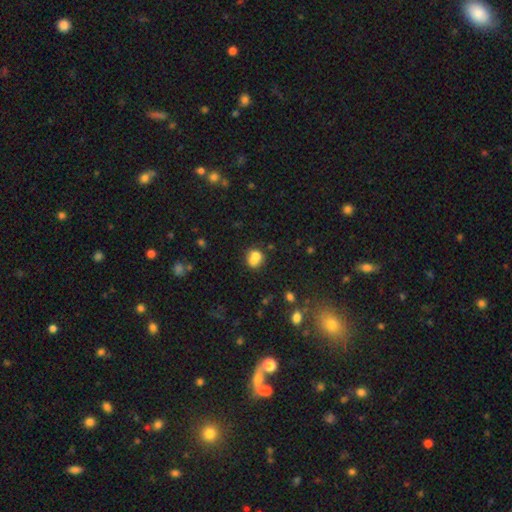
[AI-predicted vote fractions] This appears to be a smooth galaxy with no disk features (70%) that is round (70%). Merging: merger (54%).